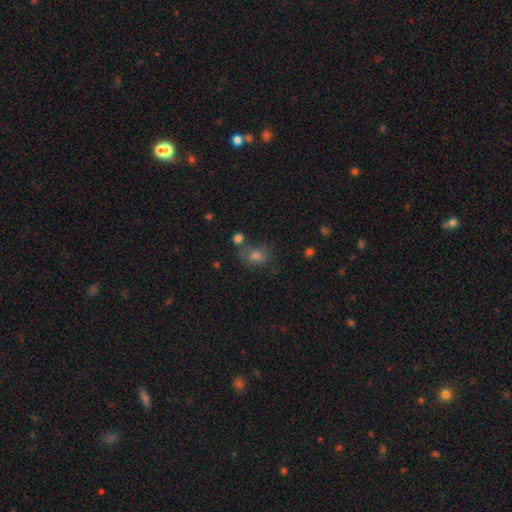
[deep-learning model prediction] Smooth or featured? smooth (64%)
How rounded? in between (51%)
Merging? none (61%)